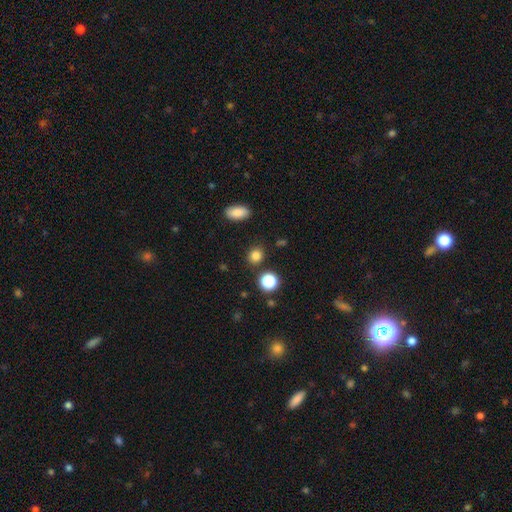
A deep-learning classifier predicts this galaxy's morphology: smooth_or_featured: smooth (p=0.82) [alt: star or artifact p=0.14]
how_rounded: round (p=0.71) [alt: in between p=0.28]
merging: none (p=0.85) [alt: minor disturbance p=0.09]